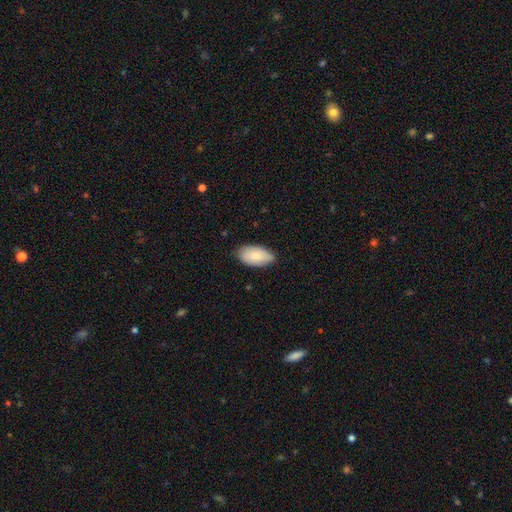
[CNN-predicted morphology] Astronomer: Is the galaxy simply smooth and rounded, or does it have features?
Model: smooth — 82%.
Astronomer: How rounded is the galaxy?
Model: in between — 95%.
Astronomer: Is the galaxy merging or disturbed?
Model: none — 78%.